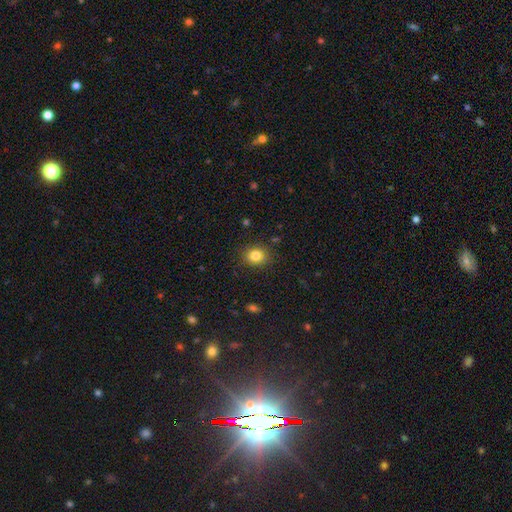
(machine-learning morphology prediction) Smooth or featured? Predicted: smooth (p=0.82). How rounded? Predicted: round (p=0.71). Merging? Predicted: none (p=0.87).